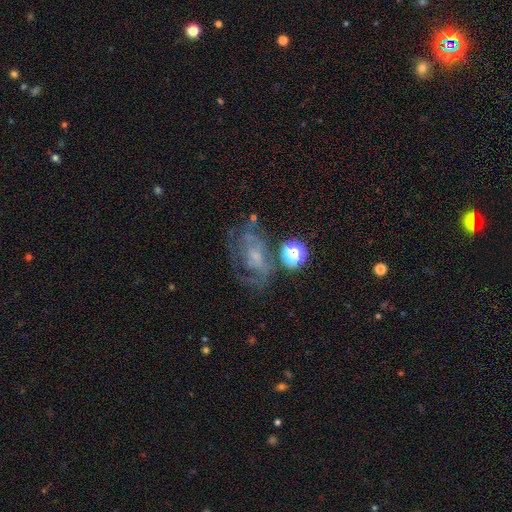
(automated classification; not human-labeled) Q: Smooth or featured?
A: featured or disk (63%); runner-up: smooth (21%)
Q: Edge-on disk?
A: no (96%); runner-up: yes (4%)
Q: Bar?
A: no (66%); runner-up: weak (28%)
Q: Spiral arms?
A: yes (65%); runner-up: no (35%)
Q: Bulge size?
A: small (49%); runner-up: none (24%)
Q: Merging?
A: none (47%); runner-up: major disturbance (26%)